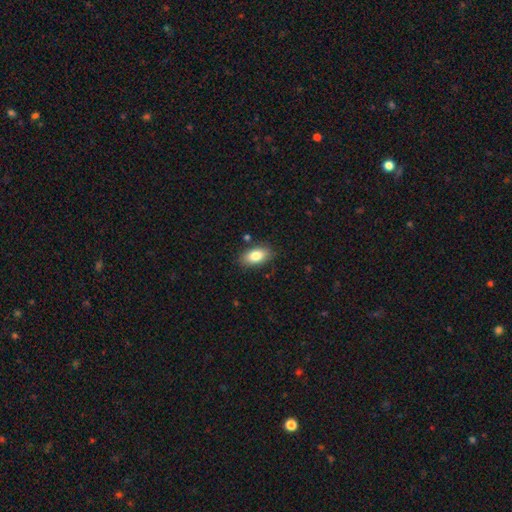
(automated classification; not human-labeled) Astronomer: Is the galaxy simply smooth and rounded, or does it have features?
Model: smooth — 83%.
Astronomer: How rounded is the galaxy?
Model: in between — 91%.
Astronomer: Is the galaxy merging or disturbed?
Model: none — 84%.